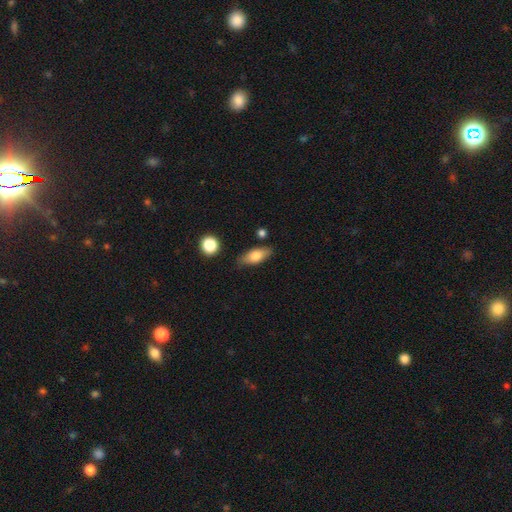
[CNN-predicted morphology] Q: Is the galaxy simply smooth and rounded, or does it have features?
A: smooth — 72%.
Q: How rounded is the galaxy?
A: in between — 80%.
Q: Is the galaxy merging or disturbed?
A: none — 77%.